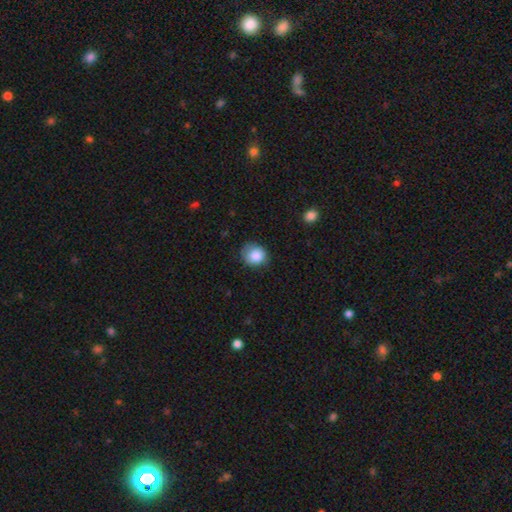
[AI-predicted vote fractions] Morphology: type=smooth (86%); roundness=round (72%); merging=none (66%).